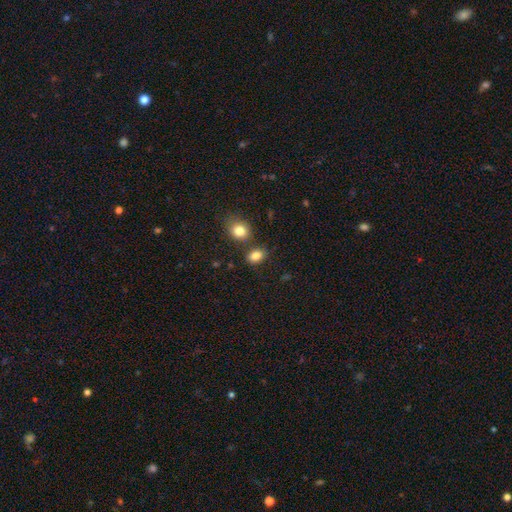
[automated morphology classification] smooth_or_featured: smooth (p=0.84) [alt: star or artifact p=0.10]
how_rounded: in between (p=0.73) [alt: round p=0.26]
merging: none (p=0.70) [alt: merger p=0.15]